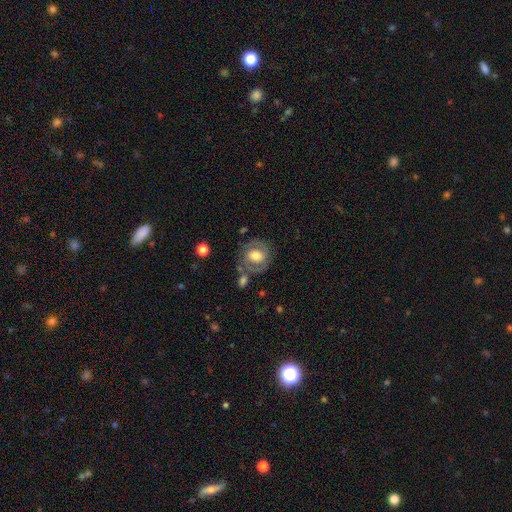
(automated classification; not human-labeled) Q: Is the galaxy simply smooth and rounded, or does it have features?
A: featured or disk — 61%.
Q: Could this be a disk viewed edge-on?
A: no — 97%.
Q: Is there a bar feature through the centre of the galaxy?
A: no — 58%.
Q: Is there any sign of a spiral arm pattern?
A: yes — 73%.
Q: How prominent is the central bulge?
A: moderate — 57%.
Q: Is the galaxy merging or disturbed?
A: none — 69%.